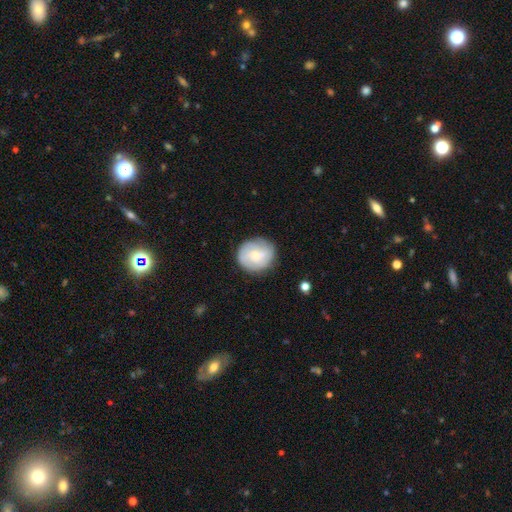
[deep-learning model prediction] Overall: featured or disk (52%; smooth 42%). Edge-on disk: no (98%). Bar: no (72%). Spiral arms: yes (81%). Bulge size: small (58%; moderate 32%). Merging: none (80%).